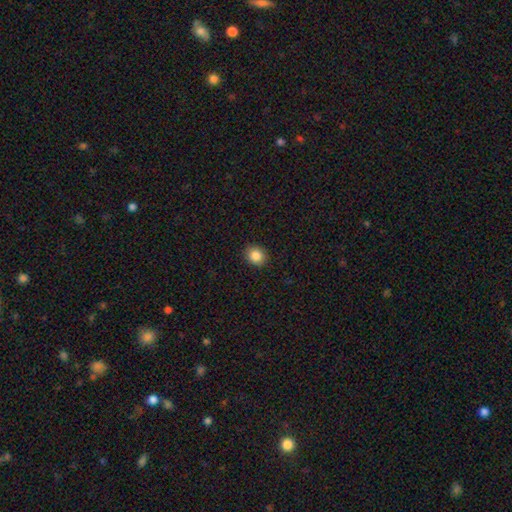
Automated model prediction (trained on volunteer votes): Smooth or featured? smooth (86%)
How rounded? round (69%)
Merging? none (91%)